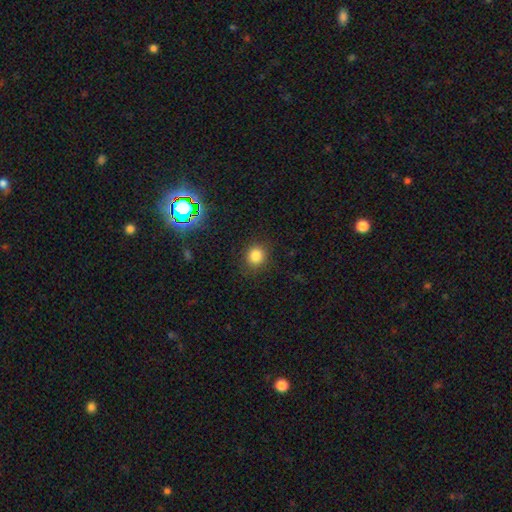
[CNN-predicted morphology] smooth 82%, star or artifact 14%, featured or disk 5%. Down the decision tree: how rounded — round (85%); merging — none (87%).